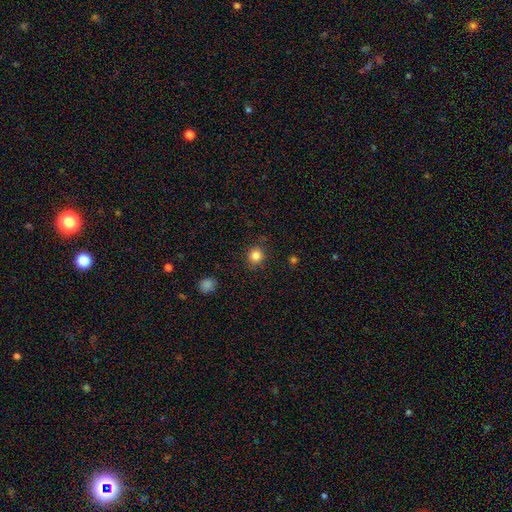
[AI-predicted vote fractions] A smooth galaxy with no disk features (84%) that is round (88%). Merging: none (89%).